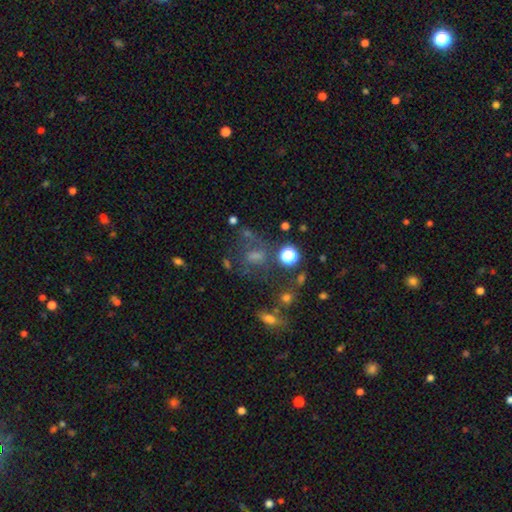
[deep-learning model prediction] smooth 43%, featured or disk 29%, star or artifact 28%. Down the decision tree: merging — none (47%).